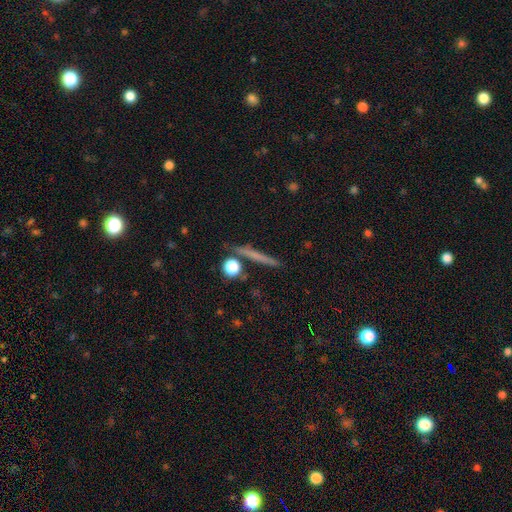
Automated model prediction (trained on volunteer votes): smooth 56%, featured or disk 33%, star or artifact 10%. Down the decision tree: how rounded — cigar-shaped (84%); merging — none (85%).